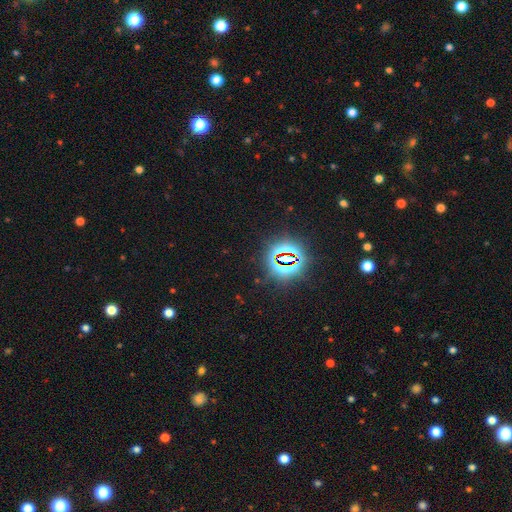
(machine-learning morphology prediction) Smooth or featured: star or artifact — 81% (smooth — 12%)